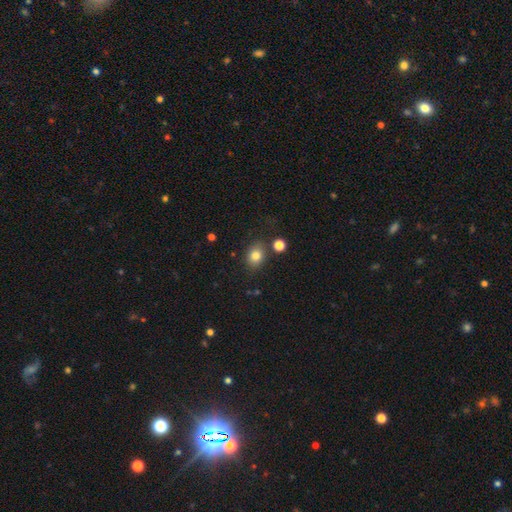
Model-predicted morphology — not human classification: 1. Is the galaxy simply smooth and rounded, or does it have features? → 79% smooth, 12% star or artifact, 9% featured or disk.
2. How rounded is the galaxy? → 55% round, 44% in between, 1% cigar-shaped.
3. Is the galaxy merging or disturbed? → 79% none, 11% minor disturbance, 6% merger, 4% major disturbance.